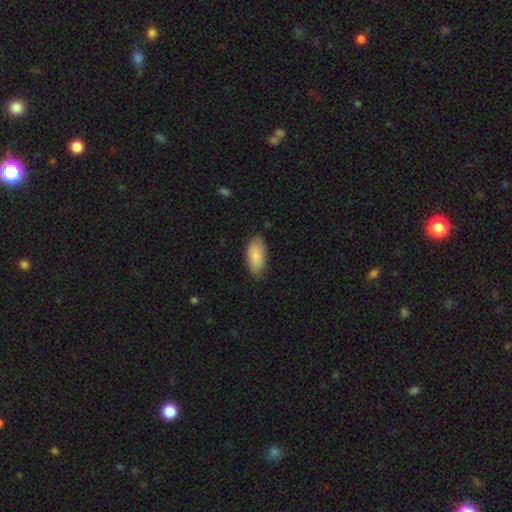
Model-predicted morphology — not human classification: Smooth or featured: smooth — 84% (featured or disk — 10%)
How rounded: in between — 91% (cigar-shaped — 7%)
Merging: none — 79% (minor disturbance — 17%)